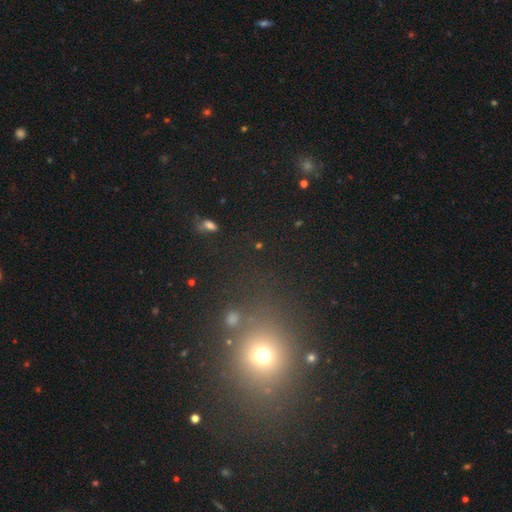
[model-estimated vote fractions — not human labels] Smooth or featured? smooth (49%)
Merging? none (83%)